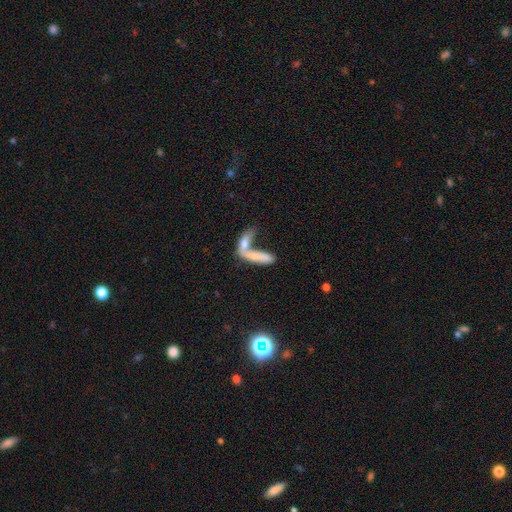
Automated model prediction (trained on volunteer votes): smooth_or_featured: smooth (p=0.62) [alt: featured or disk p=0.27]
how_rounded: cigar-shaped (p=0.62) [alt: in between p=0.34]
merging: merger (p=0.67) [alt: none p=0.19]